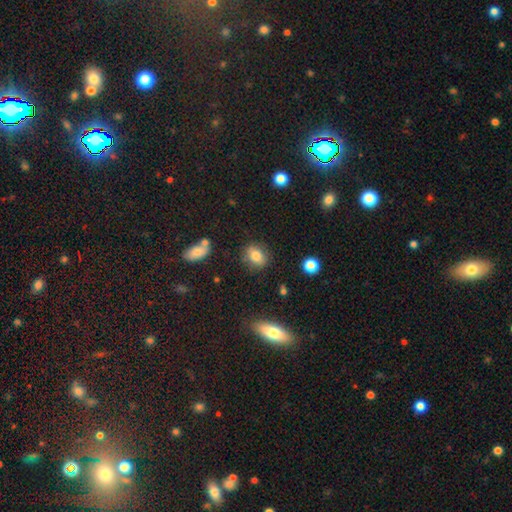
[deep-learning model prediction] smooth-or-featured: smooth: 80% | star or artifact: 10% | featured or disk: 10%
  how-rounded: in between: 61% | round: 36% | cigar-shaped: 2%
  merging: none: 80% | minor disturbance: 14% | major disturbance: 3% | merger: 3%